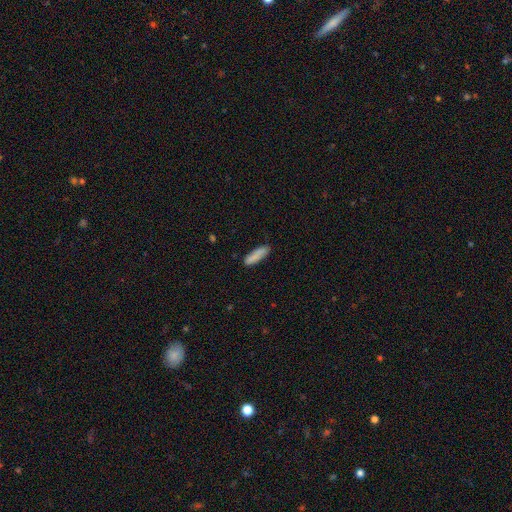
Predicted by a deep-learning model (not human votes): A smooth galaxy with no disk features (86%) that is cigar-shaped (62%).

Vote fractions:
- Smooth or featured? smooth: 86% / featured or disk: 7% / star or artifact: 7%
- How rounded? cigar-shaped: 62% / in between: 37% / round: 1%
- Merging? none: 83% / minor disturbance: 13% / major disturbance: 2% / merger: 2%